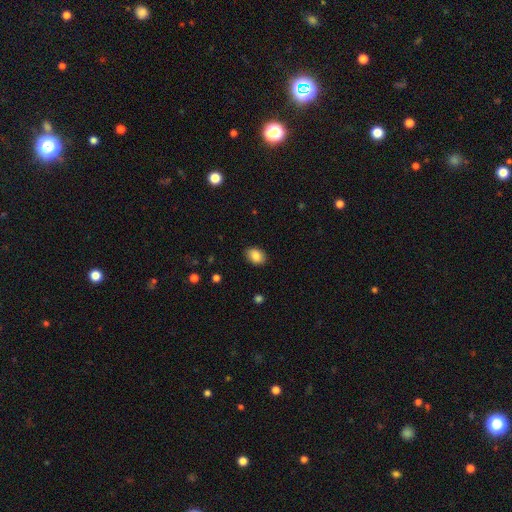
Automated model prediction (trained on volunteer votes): Smooth or featured: smooth — 87% (star or artifact — 8%)
How rounded: in between — 74% (round — 25%)
Merging: none — 89% (minor disturbance — 8%)